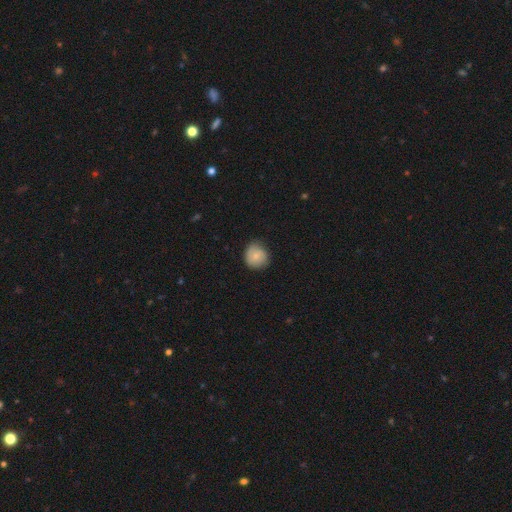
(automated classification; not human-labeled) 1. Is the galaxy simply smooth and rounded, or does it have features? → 77% smooth, 15% featured or disk, 7% star or artifact.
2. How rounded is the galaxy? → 86% round, 13% in between, 1% cigar-shaped.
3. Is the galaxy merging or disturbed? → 72% none, 23% minor disturbance, 4% major disturbance, 1% merger.